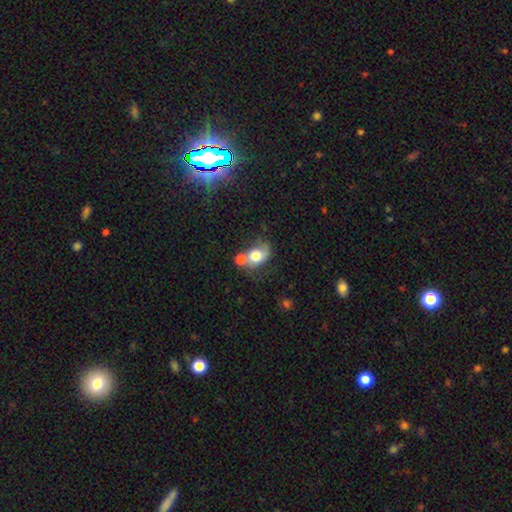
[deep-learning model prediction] The model was most divided on "merging": merger: 38%, none: 30%, minor disturbance: 18%, major disturbance: 14%. More confident: how rounded — in between (61%); smooth or featured — smooth (60%).